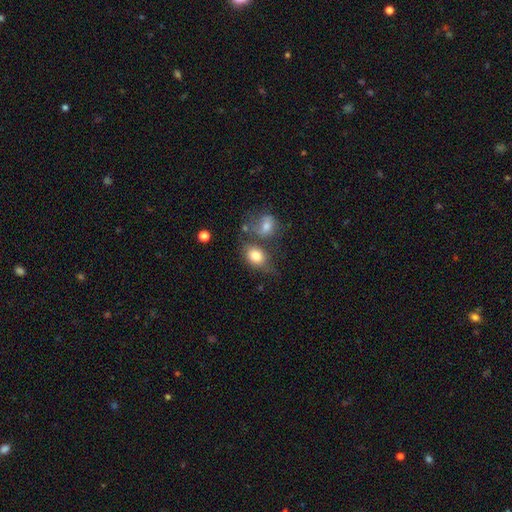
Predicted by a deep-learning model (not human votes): The model was most divided on "merging": none: 44%, merger: 27%, minor disturbance: 19%, major disturbance: 10%. More confident: smooth or featured — smooth (80%); how rounded — in between (68%).